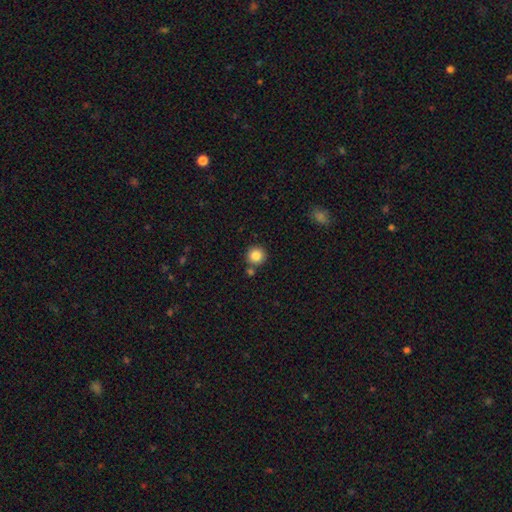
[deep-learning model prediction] Smooth or featured? Predicted: smooth (p=0.85). How rounded? Predicted: round (p=0.94). Merging? Predicted: none (p=0.80).